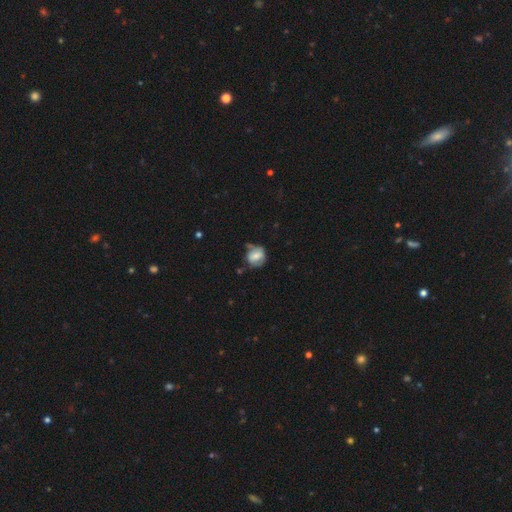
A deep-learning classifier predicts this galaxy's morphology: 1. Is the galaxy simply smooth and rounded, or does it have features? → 61% smooth, 30% featured or disk, 9% star or artifact.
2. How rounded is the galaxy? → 68% round, 31% in between, 1% cigar-shaped.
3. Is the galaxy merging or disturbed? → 46% none, 30% minor disturbance, 15% major disturbance, 9% merger.